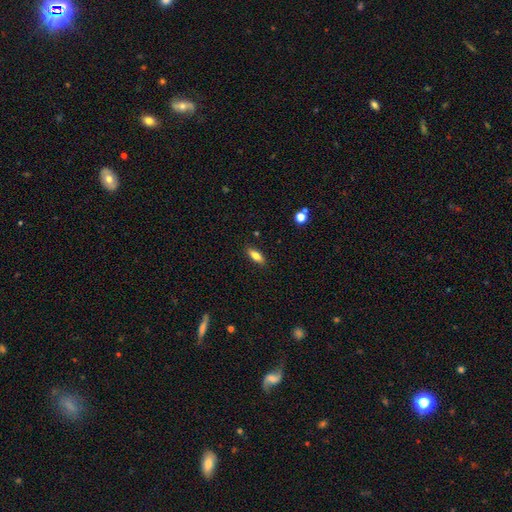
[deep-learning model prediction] Smooth or featured?
  - smooth: 75% *
  - featured or disk: 18%
  - star or artifact: 8%
How rounded?
  - in between: 70% *
  - cigar-shaped: 28%
  - round: 3%
Merging?
  - none: 87% *
  - minor disturbance: 9%
  - major disturbance: 2%
  - merger: 1%